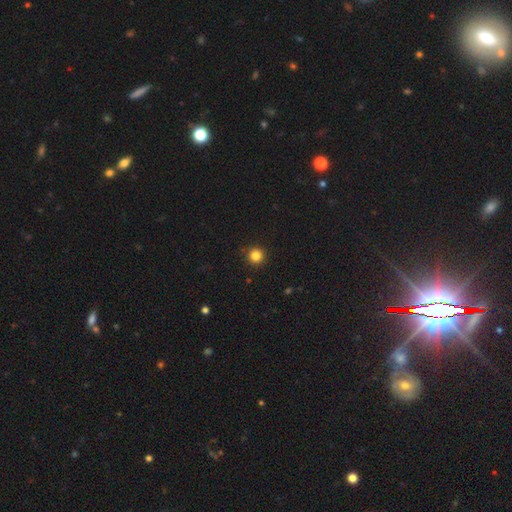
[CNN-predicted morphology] A smooth galaxy with no disk features (84%) that is round (96%). Merging: none (92%).